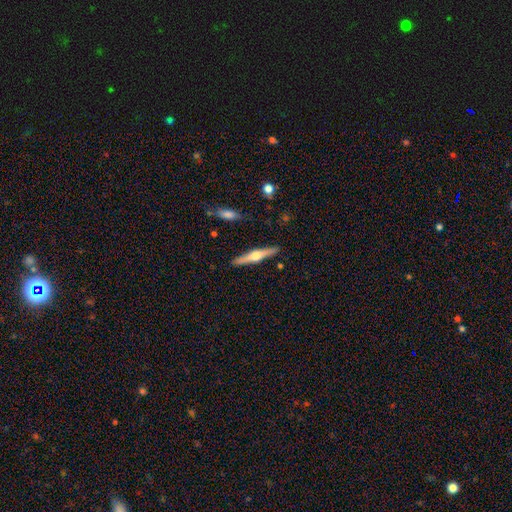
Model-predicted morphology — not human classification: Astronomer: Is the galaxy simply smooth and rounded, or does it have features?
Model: featured or disk — 65%.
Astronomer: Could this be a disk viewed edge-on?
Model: yes — 97%.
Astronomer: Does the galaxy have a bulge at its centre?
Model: rounded — 94%.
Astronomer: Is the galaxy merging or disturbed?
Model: none — 89%.